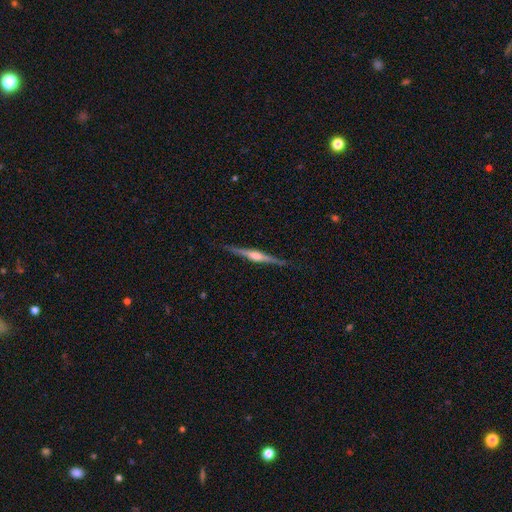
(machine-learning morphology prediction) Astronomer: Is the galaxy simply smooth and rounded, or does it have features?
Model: featured or disk — 81%.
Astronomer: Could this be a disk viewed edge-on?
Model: yes — 98%.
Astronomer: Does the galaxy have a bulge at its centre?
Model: rounded — 83%.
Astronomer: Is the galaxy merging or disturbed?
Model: none — 89%.